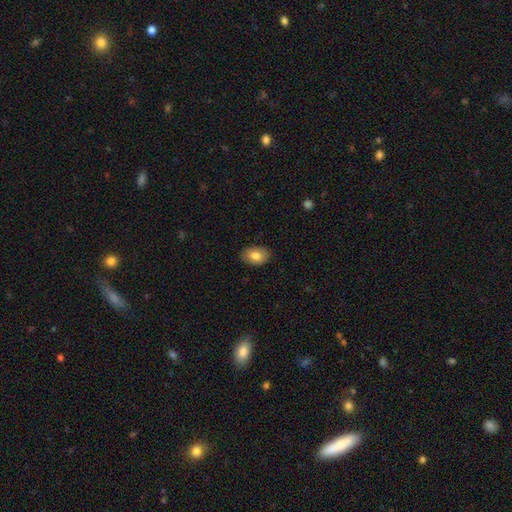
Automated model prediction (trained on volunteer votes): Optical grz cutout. It shows a smooth galaxy with no disk features (82%) that is in between round and cigar-shaped (82%). Merging: none (87%).